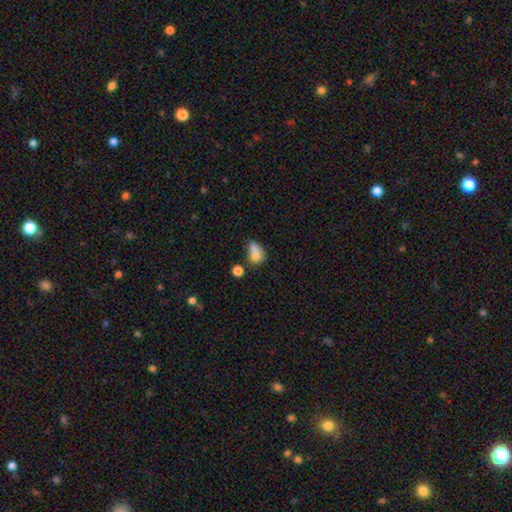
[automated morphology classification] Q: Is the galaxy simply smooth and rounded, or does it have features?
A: smooth — 75%.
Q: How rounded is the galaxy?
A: in between — 59%.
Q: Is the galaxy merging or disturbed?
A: merger — 46%.